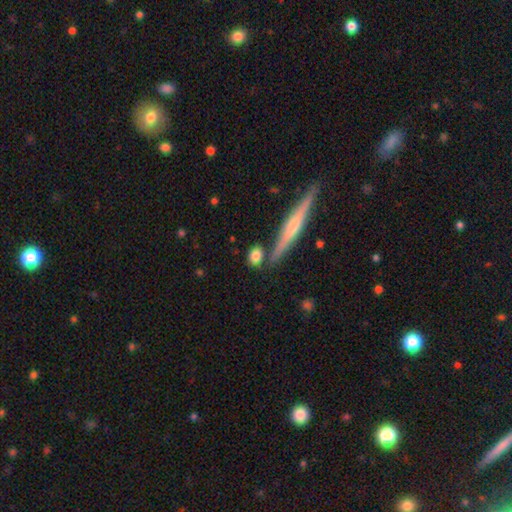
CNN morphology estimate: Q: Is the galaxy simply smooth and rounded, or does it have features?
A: smooth — 80%.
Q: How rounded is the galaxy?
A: round — 46%.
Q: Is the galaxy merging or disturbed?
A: none — 71%.